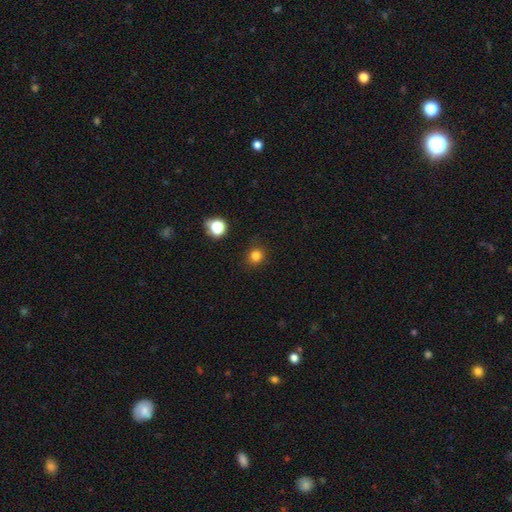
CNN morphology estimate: smooth-or-featured: smooth: 80% | star or artifact: 15% | featured or disk: 5%
  how-rounded: round: 88% | in between: 11% | cigar-shaped: 1%
  merging: none: 88% | minor disturbance: 8% | major disturbance: 2% | merger: 2%